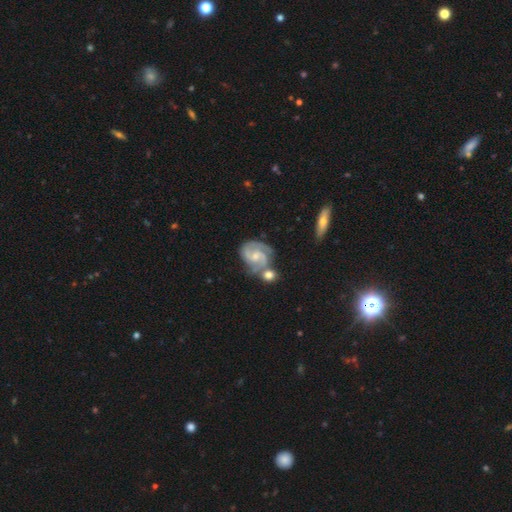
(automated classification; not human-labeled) smooth_or_featured: featured or disk (p=0.87) [alt: smooth p=0.08]
disk_edge_on: no (p=0.98) [alt: yes p=0.02]
bar: no (p=0.50) [alt: weak p=0.42]
has_spiral_arms: yes (p=0.97) [alt: no p=0.03]
spiral_winding: medium (p=0.50) [alt: tight p=0.39]
spiral_arm_count: 2 (p=0.71) [alt: 3 p=0.16]
bulge_size: small (p=0.59) [alt: moderate p=0.31]
merging: none (p=0.49) [alt: merger p=0.26]